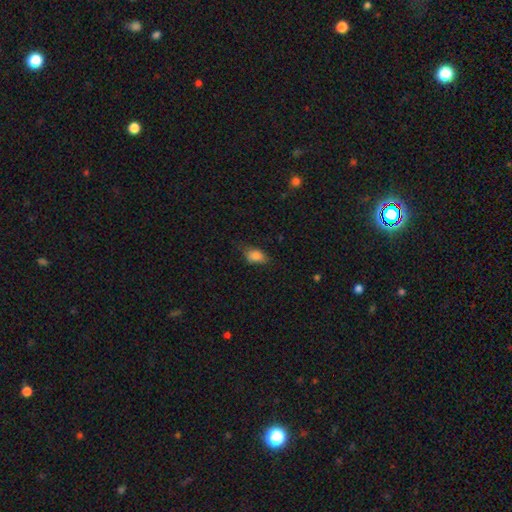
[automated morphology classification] type=smooth (83%); roundness=in between (84%); merging=none (65%).